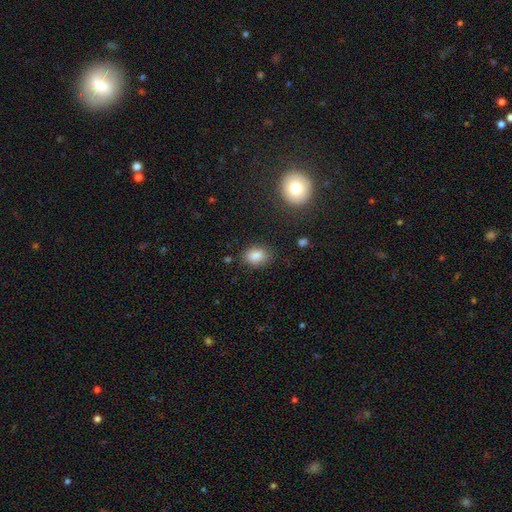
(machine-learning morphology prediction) A smooth galaxy with no disk features (86%) that is in between round and cigar-shaped (71%). Merging: none (80%).